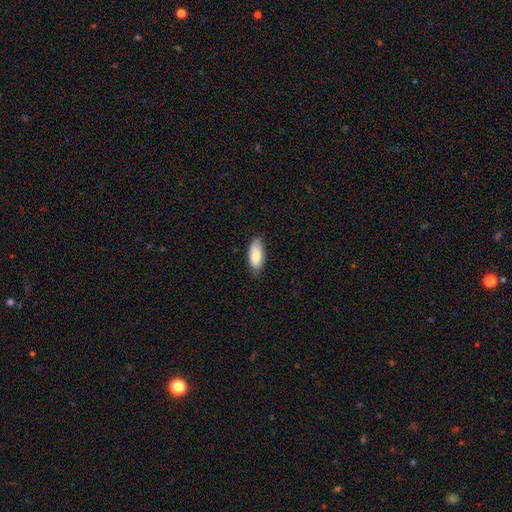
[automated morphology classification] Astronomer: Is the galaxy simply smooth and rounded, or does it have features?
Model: smooth — 84%.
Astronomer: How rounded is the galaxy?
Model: in between — 86%.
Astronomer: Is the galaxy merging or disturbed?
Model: none — 79%.